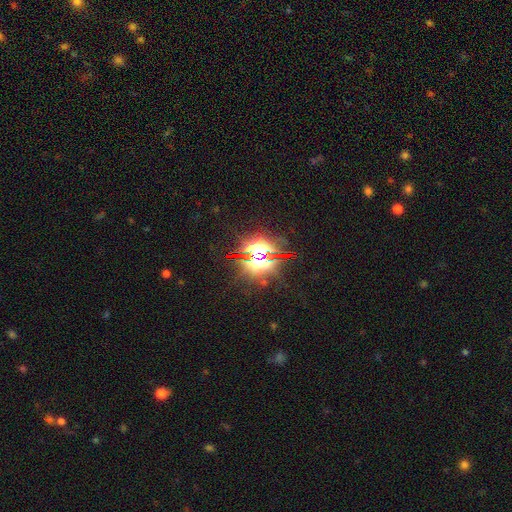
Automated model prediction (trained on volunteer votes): Morphology: type=star or artifact (82%).